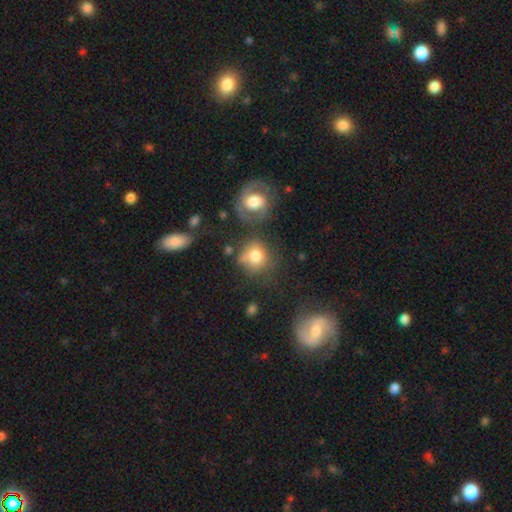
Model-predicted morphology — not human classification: smooth-or-featured: smooth: 71% | featured or disk: 18% | star or artifact: 11%
  how-rounded: round: 80% | in between: 19% | cigar-shaped: 1%
  merging: none: 52% | minor disturbance: 20% | merger: 15% | major disturbance: 13%